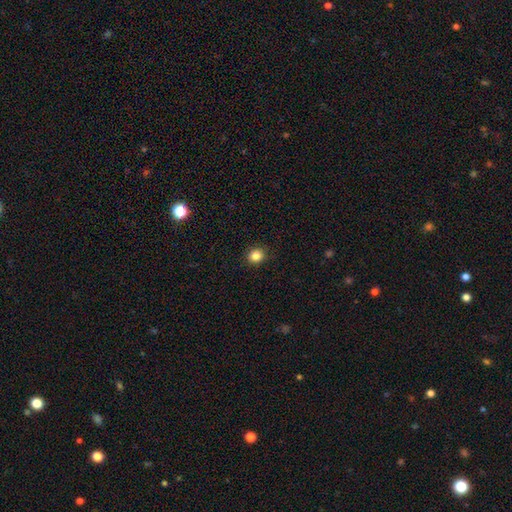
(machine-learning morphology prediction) type=smooth (84%); roundness=round (82%); merging=none (92%).